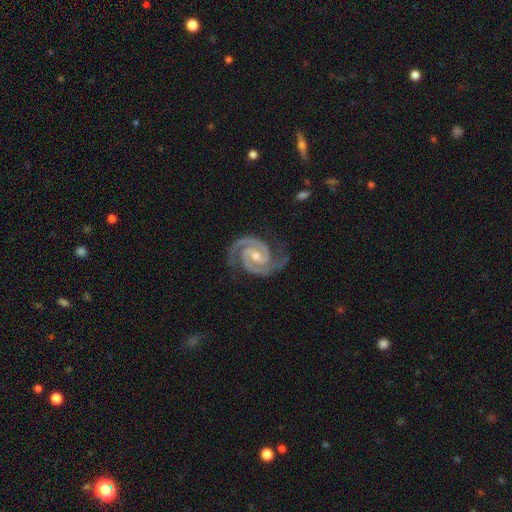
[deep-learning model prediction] Morphology: type=featured or disk (95%); edge-on=no (98%); bar=weak (40%, tied with no); spiral arms=yes (99%); winding=tight (62%); arm count=2 (94%); bulge=moderate (52%); merging=none (82%).